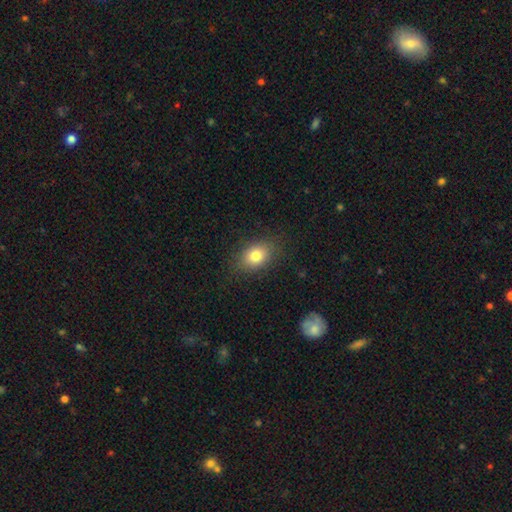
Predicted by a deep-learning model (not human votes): Smooth or featured? Predicted: smooth (p=0.81). How rounded? Predicted: in between (p=0.73). Merging? Predicted: none (p=0.84).